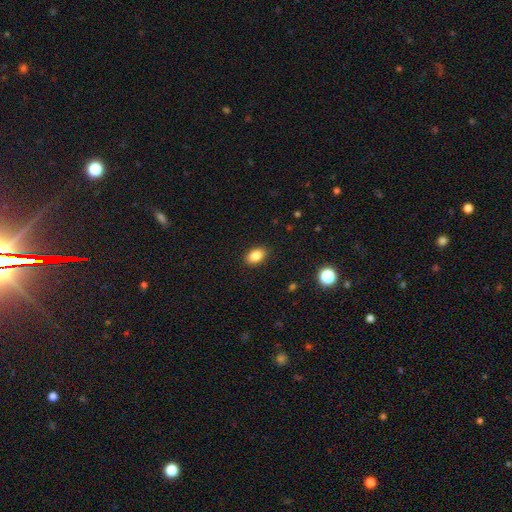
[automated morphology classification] Q: Smooth or featured?
A: smooth (85%); runner-up: star or artifact (9%)
Q: How rounded?
A: in between (85%); runner-up: round (14%)
Q: Merging?
A: none (89%); runner-up: minor disturbance (8%)